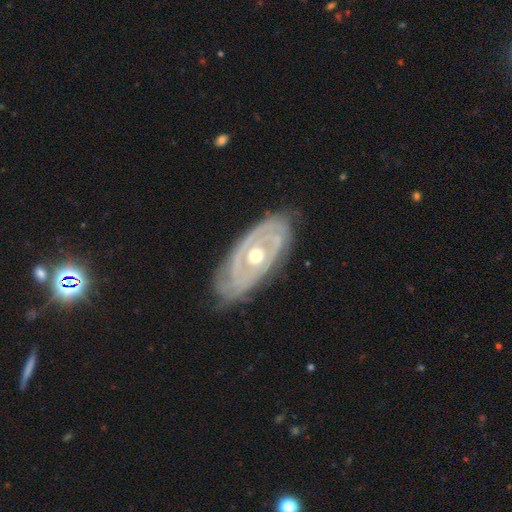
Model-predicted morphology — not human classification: featured or disk 83%, smooth 12%, star or artifact 5%. Down the decision tree: edge-on disk — no (90%); bar — no (80%); spiral arms — yes (71%); spiral arm count — can't tell (47%); spiral winding — tight (74%); bulge size — moderate (71%); merging — none (78%).